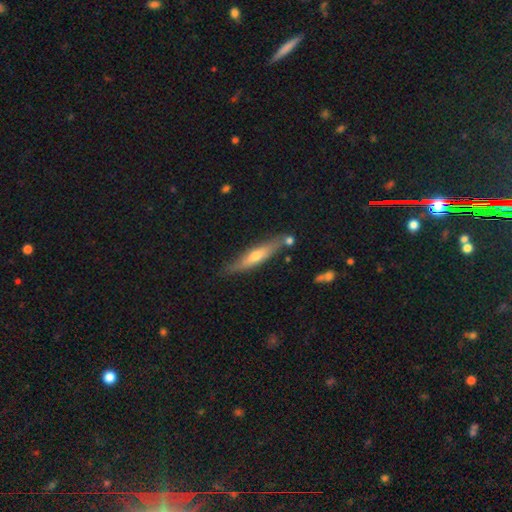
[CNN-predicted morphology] Overall: featured or disk (50%; smooth 43%). Edge-on disk: yes (86%). Merging: none (77%).